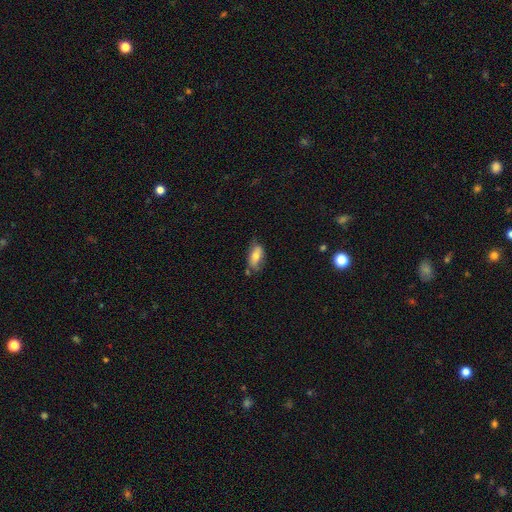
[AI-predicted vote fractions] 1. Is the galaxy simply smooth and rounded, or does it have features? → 69% smooth, 24% featured or disk, 7% star or artifact.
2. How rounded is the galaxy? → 87% in between, 9% cigar-shaped, 4% round.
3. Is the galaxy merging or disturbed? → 61% none, 28% minor disturbance, 6% major disturbance, 5% merger.